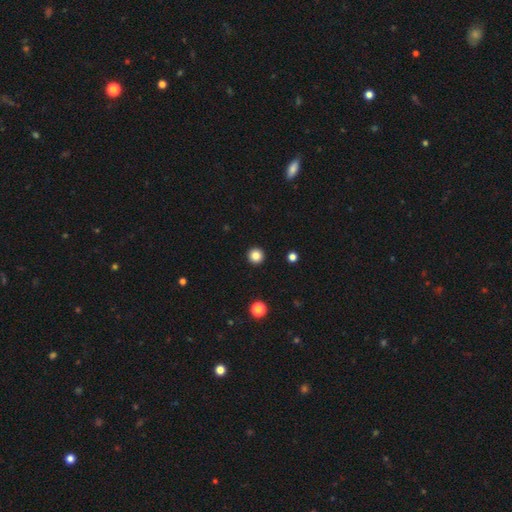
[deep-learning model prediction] Morphology: type=smooth (85%); roundness=round (96%); merging=none (94%).